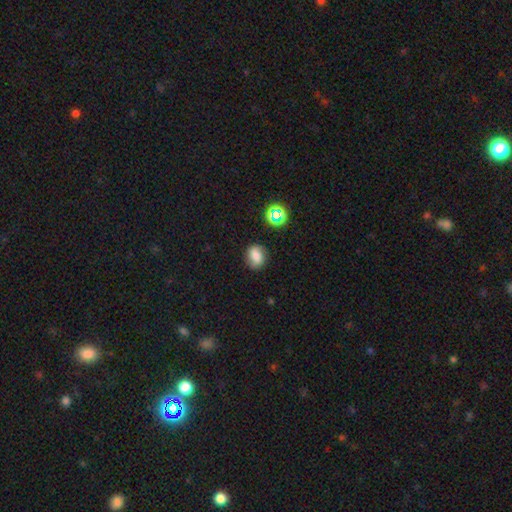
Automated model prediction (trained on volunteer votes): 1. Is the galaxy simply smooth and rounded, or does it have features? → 68% smooth, 17% featured or disk, 14% star or artifact.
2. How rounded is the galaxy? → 57% round, 42% in between, 1% cigar-shaped.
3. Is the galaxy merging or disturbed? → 79% none, 15% minor disturbance, 4% major disturbance, 2% merger.